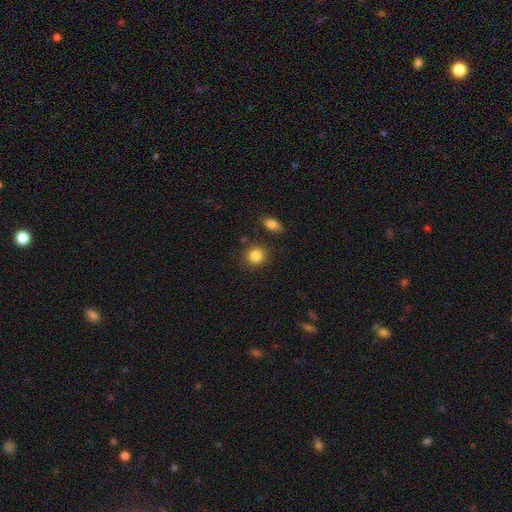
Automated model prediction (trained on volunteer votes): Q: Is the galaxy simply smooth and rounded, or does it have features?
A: smooth — 86%.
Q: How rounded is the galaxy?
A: round — 84%.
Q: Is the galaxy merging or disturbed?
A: none — 84%.